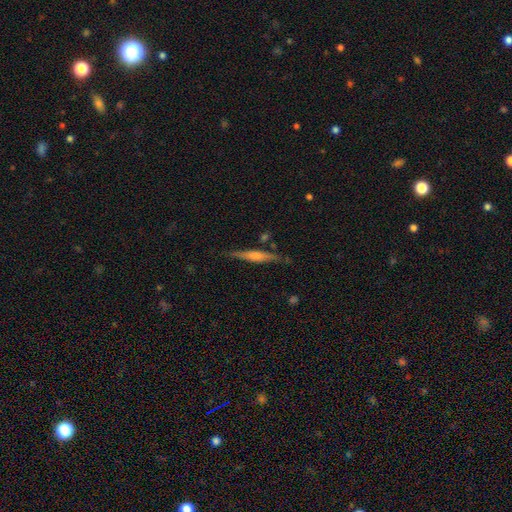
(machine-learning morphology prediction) A featured or disk galaxy (52%) viewed edge-on (95%). Merging: none (81%).